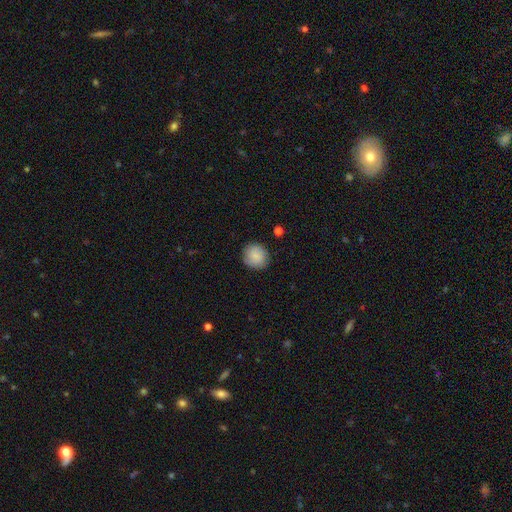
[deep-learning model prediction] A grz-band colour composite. It shows a smooth galaxy with no disk features (84%) that is round (89%). Merging: none (86%).